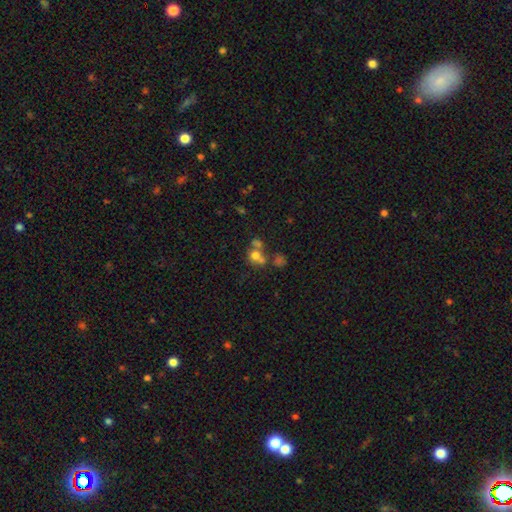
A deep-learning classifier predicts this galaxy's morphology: Q: Smooth or featured?
A: smooth (64%); runner-up: featured or disk (20%)
Q: How rounded?
A: round (75%); runner-up: in between (24%)
Q: Merging?
A: merger (45%); runner-up: none (37%)